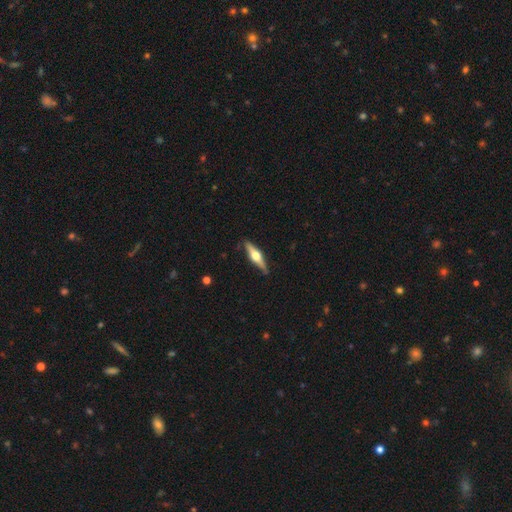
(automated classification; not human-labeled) featured or disk 70%, smooth 26%, star or artifact 5%. Down the decision tree: edge-on disk — yes (97%); edge-on bulge — rounded (94%); merging — none (87%).